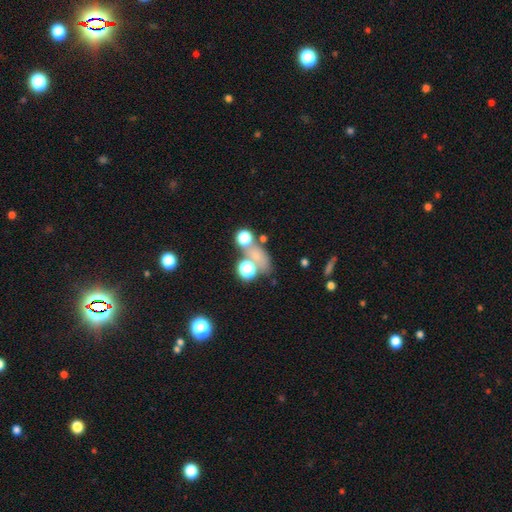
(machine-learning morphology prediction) Smooth or featured? Predicted: smooth (p=0.54). How rounded? Predicted: round (p=0.51). Merging? Predicted: none (p=0.49).